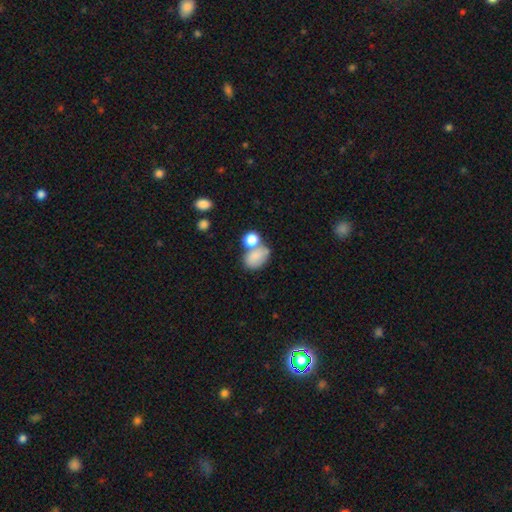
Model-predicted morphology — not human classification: smooth 78%, featured or disk 13%, star or artifact 10%. Down the decision tree: how rounded — in between (75%); merging — merger (39%).